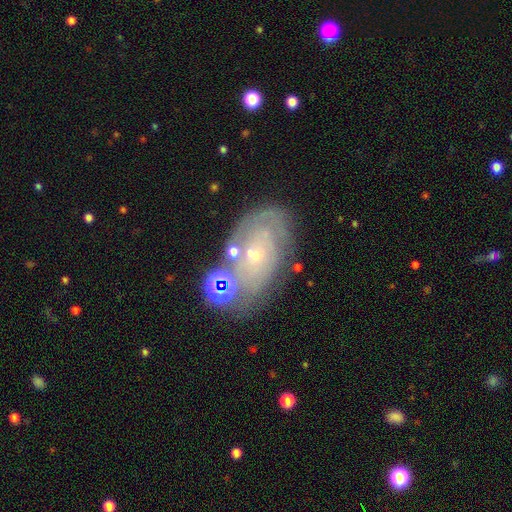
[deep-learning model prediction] This appears to be a featured or disk galaxy (69%) with no bar (73%), tight (66%) spiral arms (83%) and a small central bulge (73%). Merging: none (66%).